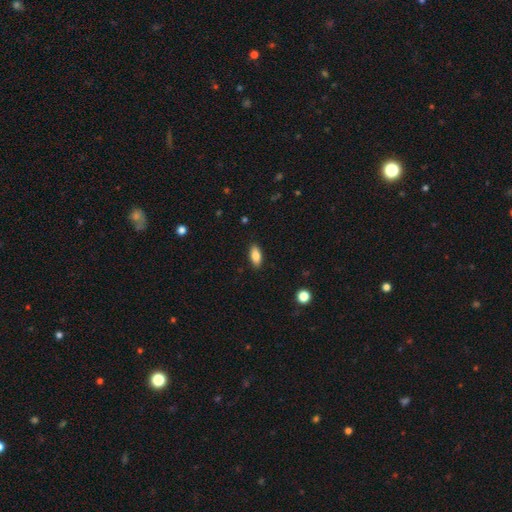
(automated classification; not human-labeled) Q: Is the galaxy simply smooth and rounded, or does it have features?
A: smooth — 83%.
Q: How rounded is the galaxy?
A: in between — 86%.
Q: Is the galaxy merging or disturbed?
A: none — 88%.